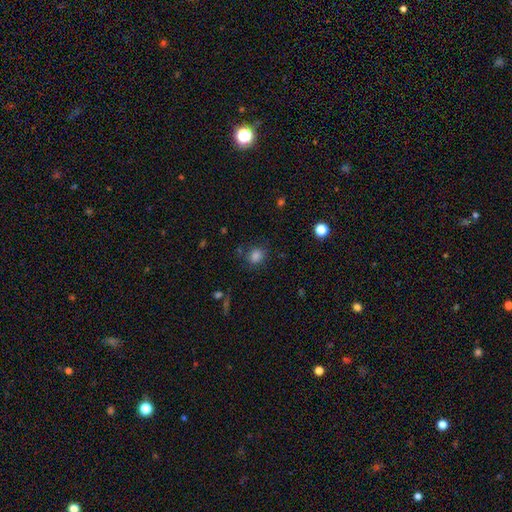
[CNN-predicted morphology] A smooth galaxy with no disk features (80%) that is round (63%). Merging: none (77%).